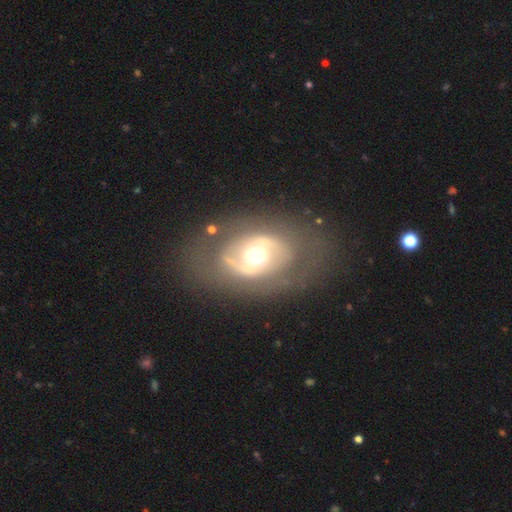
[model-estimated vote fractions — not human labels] The model was most divided on "spiral arms": no: 60%, yes: 40%. More confident: edge-on disk — no (93%); merging — none (72%); smooth or featured — featured or disk (68%); bar — no (60%); bulge size — moderate (60%).